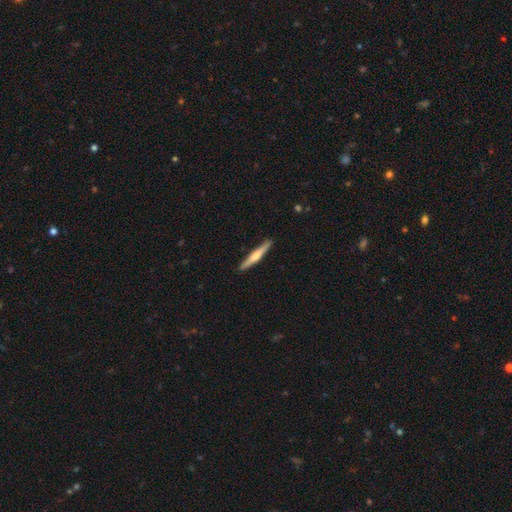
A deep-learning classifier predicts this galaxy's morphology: smooth-or-featured: featured or disk: 52% | smooth: 43% | star or artifact: 5%
  disk-edge-on: yes: 97% | no: 3%
    edge-on-bulge: rounded: 67% | none: 18% | boxy: 15%
  merging: none: 90% | minor disturbance: 7% | major disturbance: 1% | merger: 1%